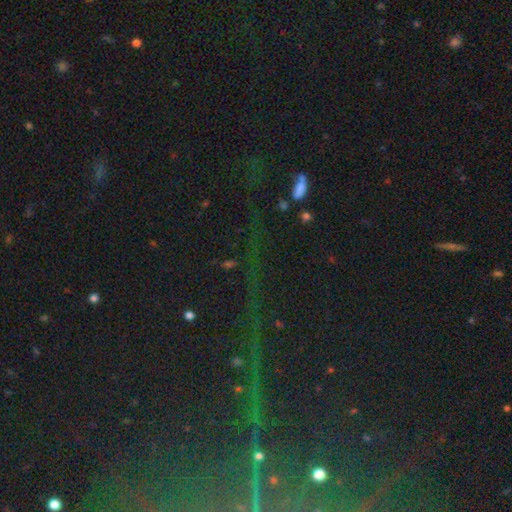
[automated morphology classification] smooth_or_featured: star or artifact (p=0.81) [alt: smooth p=0.10]